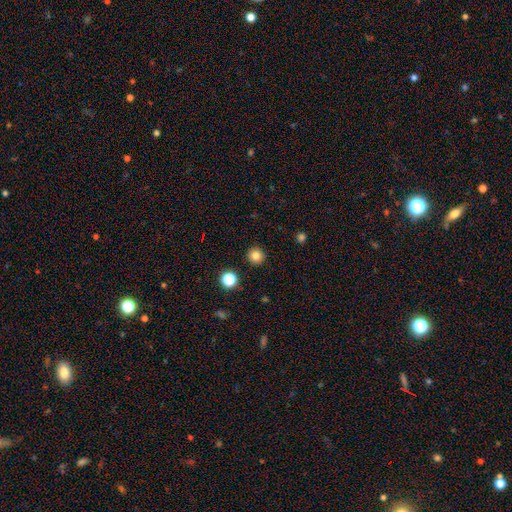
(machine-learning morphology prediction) Smooth or featured? Predicted: smooth (p=0.81). How rounded? Predicted: round (p=0.95). Merging? Predicted: none (p=0.92).